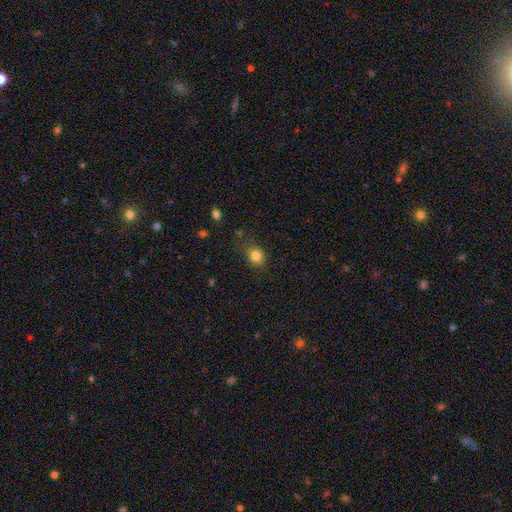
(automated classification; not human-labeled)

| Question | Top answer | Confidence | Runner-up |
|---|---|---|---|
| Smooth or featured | smooth | 82% | star or artifact (12%) |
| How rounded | round | 55% | in between (44%) |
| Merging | none | 73% | minor disturbance (19%) |